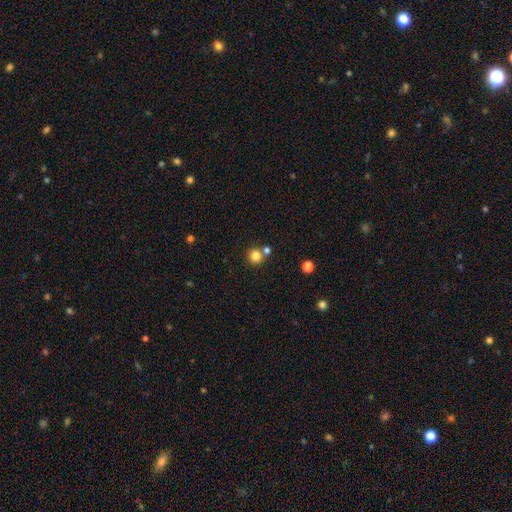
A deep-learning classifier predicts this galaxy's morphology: A smooth galaxy with no disk features (82%) that is round (92%). Merging: none (68%).